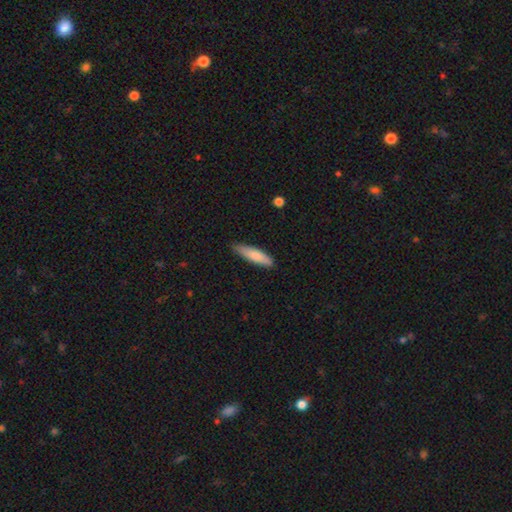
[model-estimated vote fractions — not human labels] smooth-or-featured: smooth: 80% | featured or disk: 14% | star or artifact: 5%
  how-rounded: cigar-shaped: 74% | in between: 25% | round: 1%
  merging: none: 81% | minor disturbance: 15% | major disturbance: 2% | merger: 1%